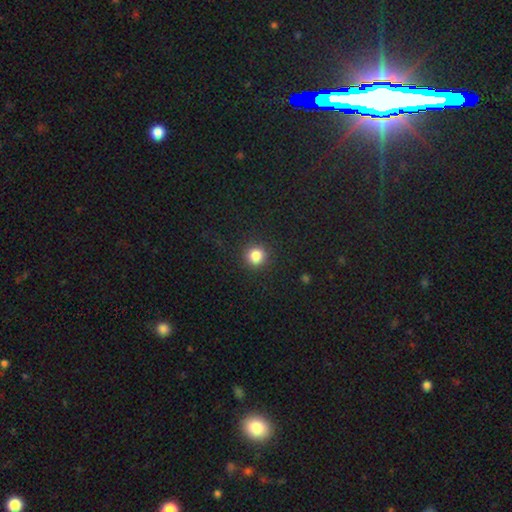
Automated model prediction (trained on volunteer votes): Smooth or featured? Predicted: smooth (p=0.84). How rounded? Predicted: round (p=0.91). Merging? Predicted: none (p=0.90).